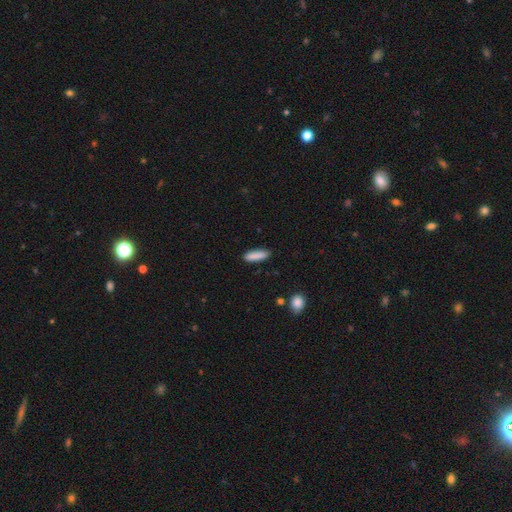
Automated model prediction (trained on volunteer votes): This appears to be a smooth galaxy with no disk features (87%) that is cigar-shaped (61%). Merging: none (87%).